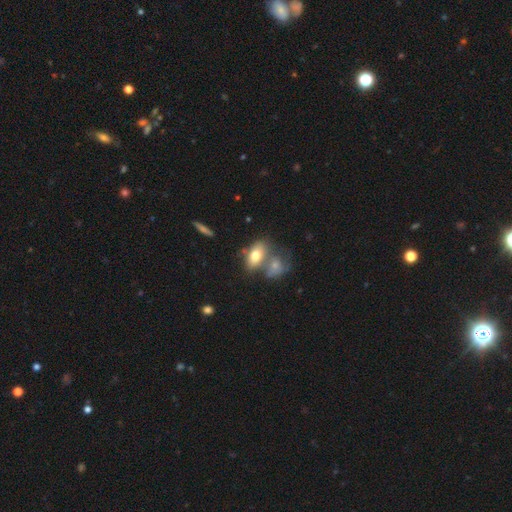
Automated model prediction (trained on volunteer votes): Smooth or featured? smooth (71%)
How rounded? in between (85%)
Merging? none (41%)